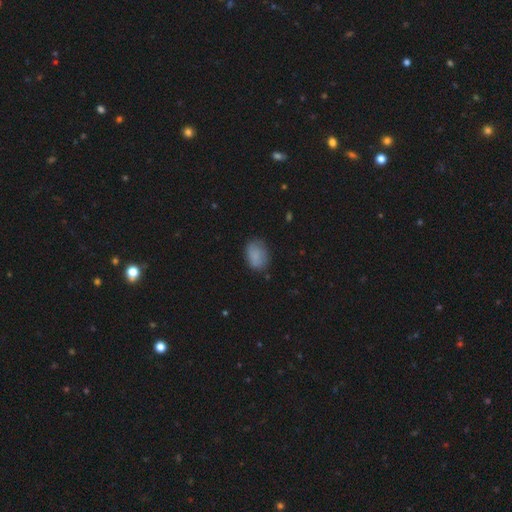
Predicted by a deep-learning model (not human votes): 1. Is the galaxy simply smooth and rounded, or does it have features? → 84% smooth, 8% star or artifact, 8% featured or disk.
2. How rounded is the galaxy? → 83% in between, 16% round, 1% cigar-shaped.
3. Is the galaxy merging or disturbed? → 72% none, 21% minor disturbance, 5% major disturbance, 2% merger.